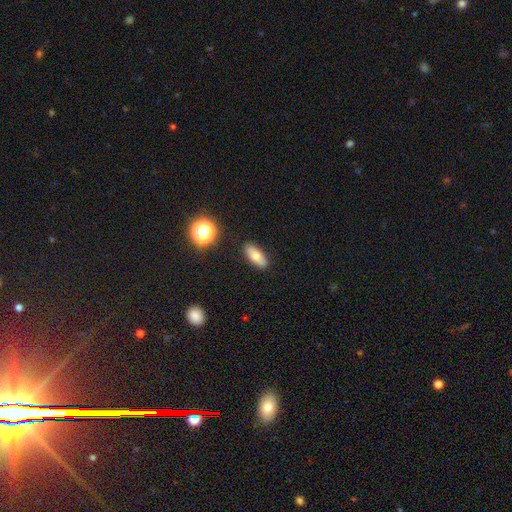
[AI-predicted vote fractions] Smooth or featured? Predicted: smooth (p=0.70). How rounded? Predicted: in between (p=0.74). Merging? Predicted: none (p=0.88).